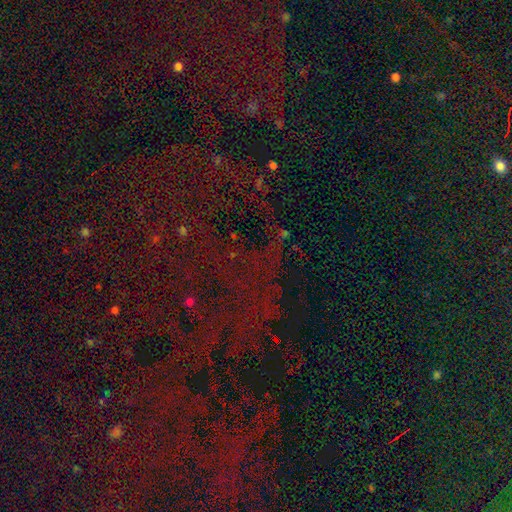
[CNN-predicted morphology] Smooth or featured: star or artifact — 71% (smooth — 20%)